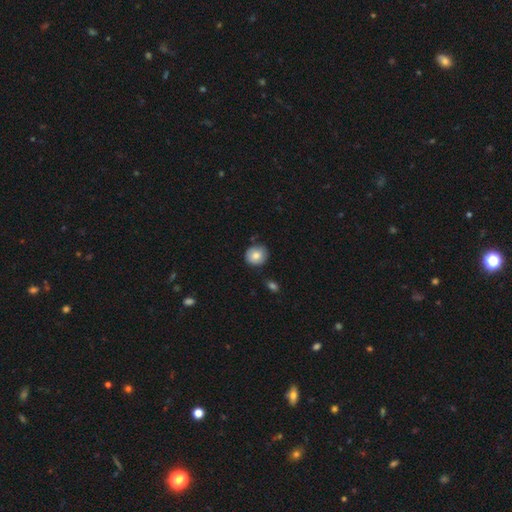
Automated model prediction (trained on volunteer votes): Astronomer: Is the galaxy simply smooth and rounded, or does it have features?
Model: smooth — 80%.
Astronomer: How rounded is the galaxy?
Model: round — 85%.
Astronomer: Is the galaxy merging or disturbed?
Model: none — 79%.